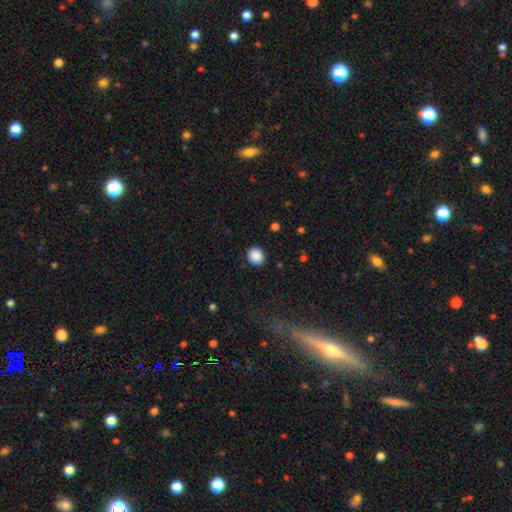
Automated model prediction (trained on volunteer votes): Smooth or featured?
  - smooth: 88% *
  - star or artifact: 9%
  - featured or disk: 3%
How rounded?
  - round: 79% *
  - in between: 20%
  - cigar-shaped: 1%
Merging?
  - none: 90% *
  - minor disturbance: 7%
  - major disturbance: 2%
  - merger: 1%